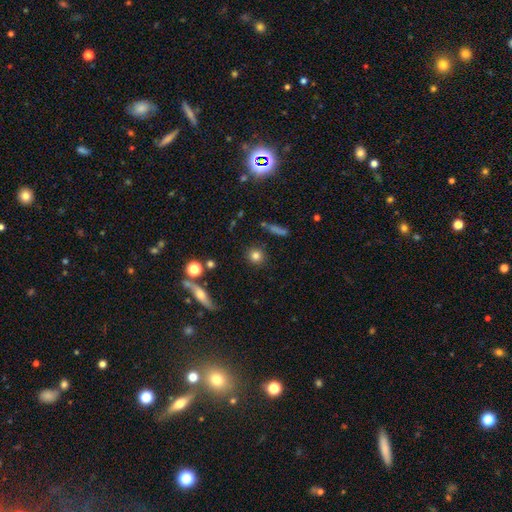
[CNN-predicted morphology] smooth-or-featured: smooth: 79% | star or artifact: 12% | featured or disk: 9%
  how-rounded: round: 88% | in between: 10% | cigar-shaped: 2%
  merging: none: 87% | minor disturbance: 7% | merger: 3% | major disturbance: 3%